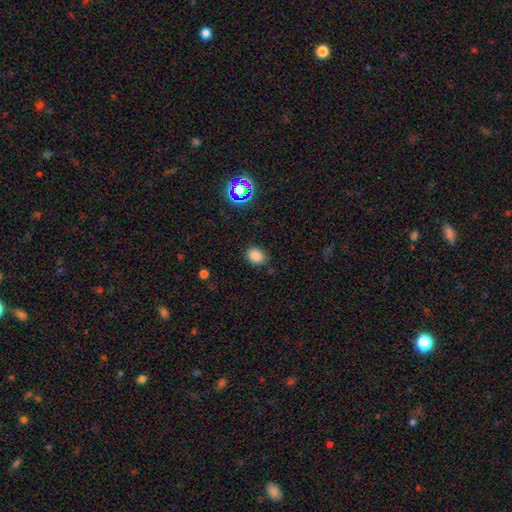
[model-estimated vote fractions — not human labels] The model was most divided on "how rounded": in between: 51%, round: 48%, cigar-shaped: 1%. More confident: smooth or featured — smooth (82%); merging — none (81%).